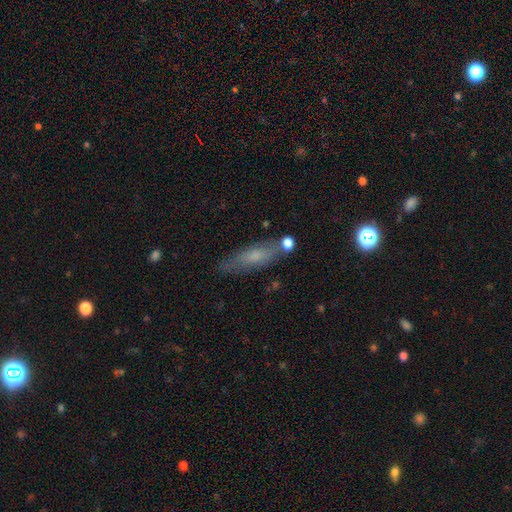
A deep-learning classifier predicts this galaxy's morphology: Overall: smooth (58%; featured or disk 31%). How rounded: cigar-shaped (59%; in between 37%). Merging: none (70%).